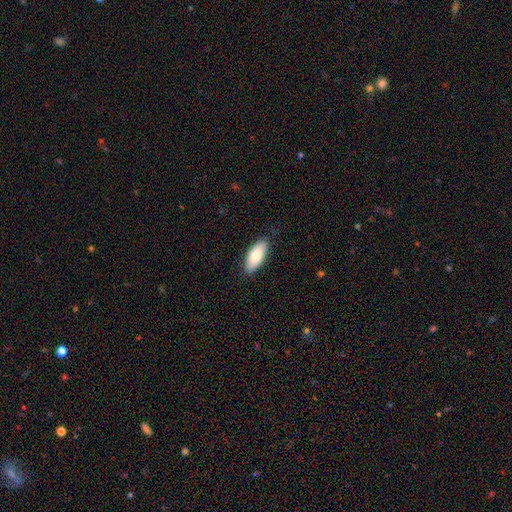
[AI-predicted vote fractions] The model was most divided on "merging": none: 84%, minor disturbance: 13%, major disturbance: 2%, merger: 1%. More confident: how rounded — in between (85%); smooth or featured — smooth (84%).